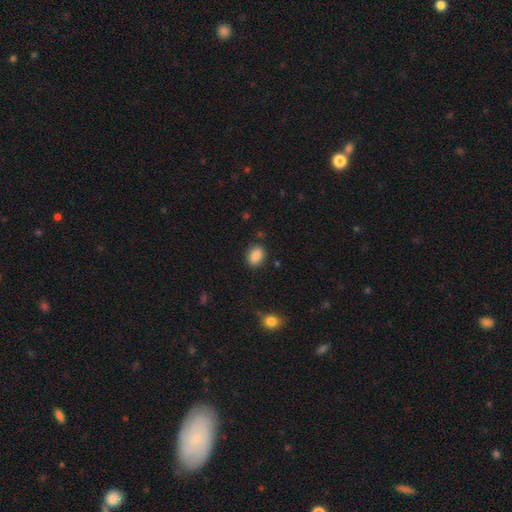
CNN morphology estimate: Smooth or featured? Predicted: smooth (p=0.87). How rounded? Predicted: in between (p=0.59). Merging? Predicted: none (p=0.86).